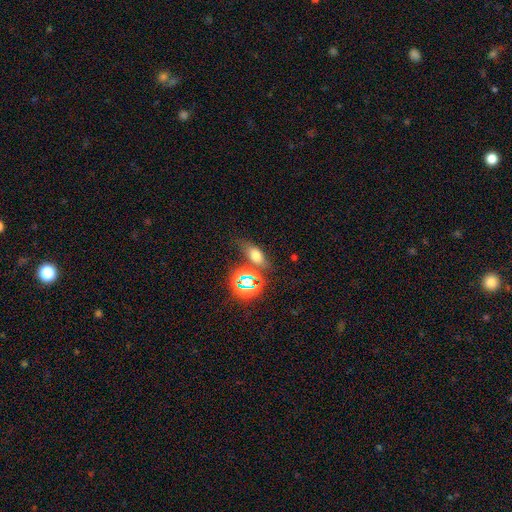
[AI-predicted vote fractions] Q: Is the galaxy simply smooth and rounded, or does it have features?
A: smooth — 61%.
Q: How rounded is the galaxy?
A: in between — 72%.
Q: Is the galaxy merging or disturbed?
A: none — 68%.